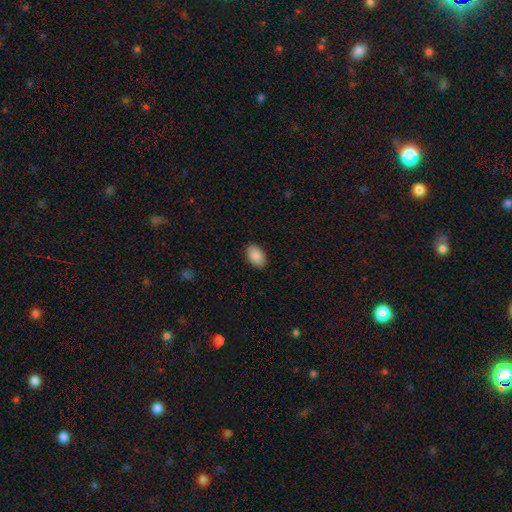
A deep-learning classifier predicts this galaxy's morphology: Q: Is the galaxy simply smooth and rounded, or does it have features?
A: smooth — 89%.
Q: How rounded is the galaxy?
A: in between — 91%.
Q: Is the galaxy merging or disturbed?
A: none — 89%.